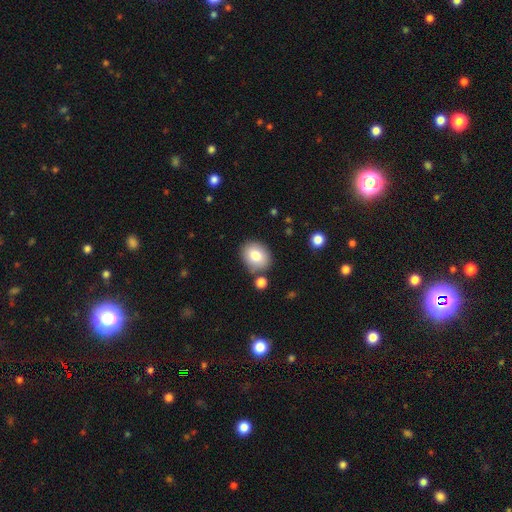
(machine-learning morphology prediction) Smooth or featured?
  - smooth: 81% *
  - featured or disk: 11%
  - star or artifact: 9%
How rounded?
  - round: 53% *
  - in between: 46%
  - cigar-shaped: 1%
Merging?
  - none: 80% *
  - minor disturbance: 10%
  - merger: 7%
  - major disturbance: 3%